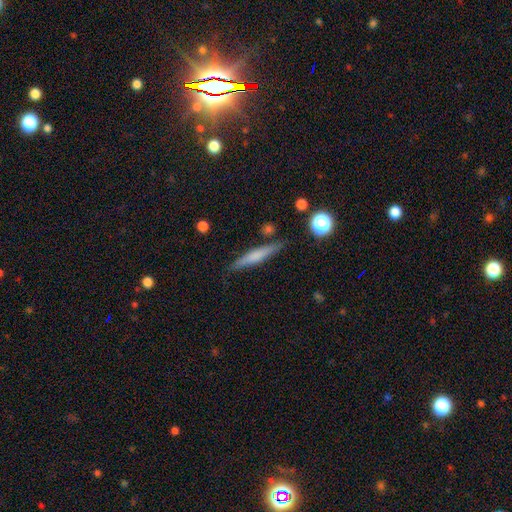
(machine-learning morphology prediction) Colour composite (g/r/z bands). It shows a smooth galaxy with no disk features (54%) that is cigar-shaped (91%). Merging: none (85%).